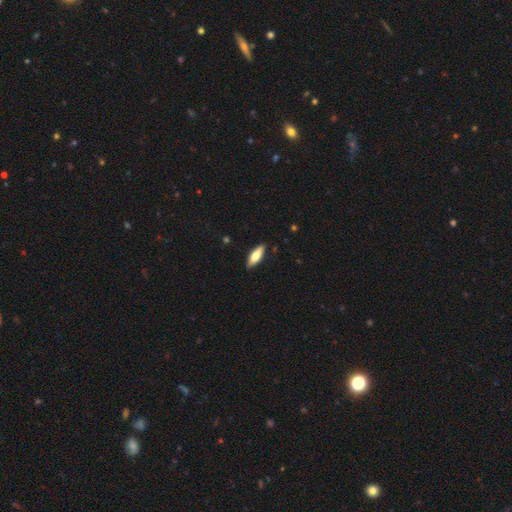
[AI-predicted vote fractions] smooth 72%, featured or disk 23%, star or artifact 5%. Down the decision tree: how rounded — in between (58%); merging — none (87%).